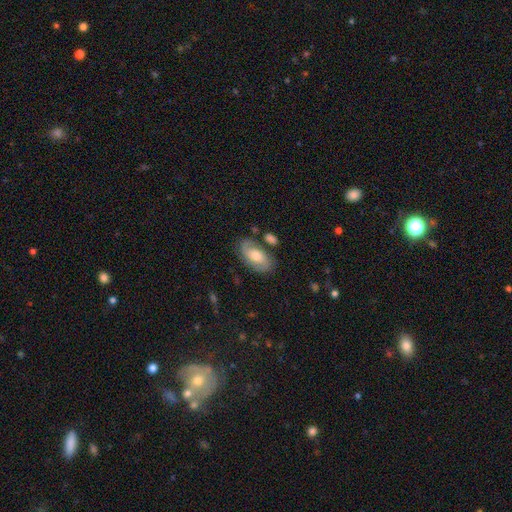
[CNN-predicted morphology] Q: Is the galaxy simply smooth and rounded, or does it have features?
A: featured or disk — 56%.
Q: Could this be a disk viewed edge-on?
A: no — 94%.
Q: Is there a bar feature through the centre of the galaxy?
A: no — 61%.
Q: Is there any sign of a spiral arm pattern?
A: yes — 82%.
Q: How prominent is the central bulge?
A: moderate — 61%.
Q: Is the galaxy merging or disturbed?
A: none — 71%.